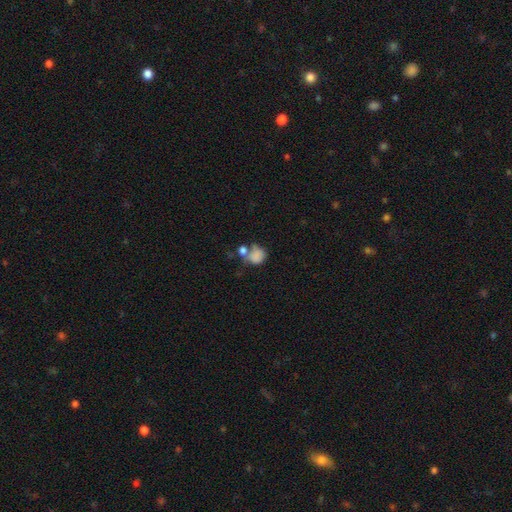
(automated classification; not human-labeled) Smooth or featured?
  - smooth: 77% *
  - featured or disk: 13%
  - star or artifact: 10%
How rounded?
  - round: 60% *
  - in between: 39%
  - cigar-shaped: 1%
Merging?
  - merger: 41% *
  - none: 30%
  - minor disturbance: 16%
  - major disturbance: 12%